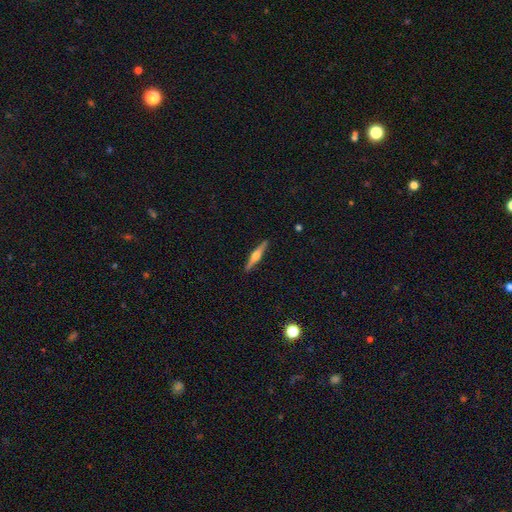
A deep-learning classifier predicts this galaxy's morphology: Smooth or featured?
  - featured or disk: 69% *
  - smooth: 26%
  - star or artifact: 5%
Edge-on disk?
  - yes: 98% *
  - no: 2%
Edge-on bulge?
  - rounded: 92% *
  - boxy: 4%
  - none: 3%
Merging?
  - none: 91% *
  - minor disturbance: 6%
  - major disturbance: 1%
  - merger: 1%